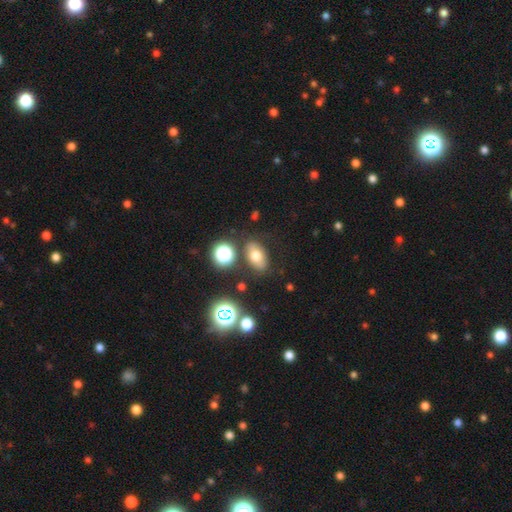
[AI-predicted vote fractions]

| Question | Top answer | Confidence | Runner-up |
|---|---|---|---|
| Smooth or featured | smooth | 67% | featured or disk (18%) |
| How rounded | in between | 84% | round (13%) |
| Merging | none | 80% | minor disturbance (11%) |